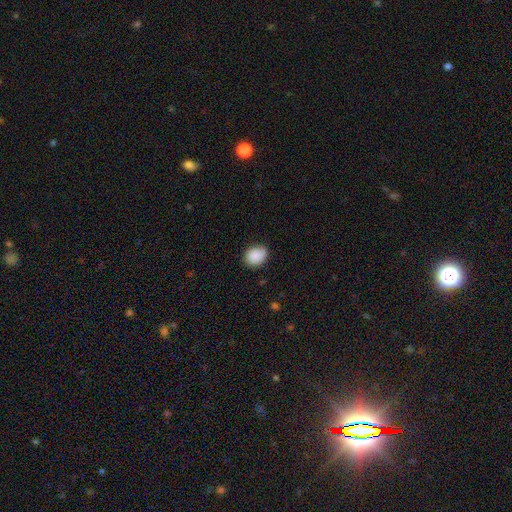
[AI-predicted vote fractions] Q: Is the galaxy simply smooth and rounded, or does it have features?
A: smooth — 89%.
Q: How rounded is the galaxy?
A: in between — 54%.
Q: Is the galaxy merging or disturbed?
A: none — 81%.